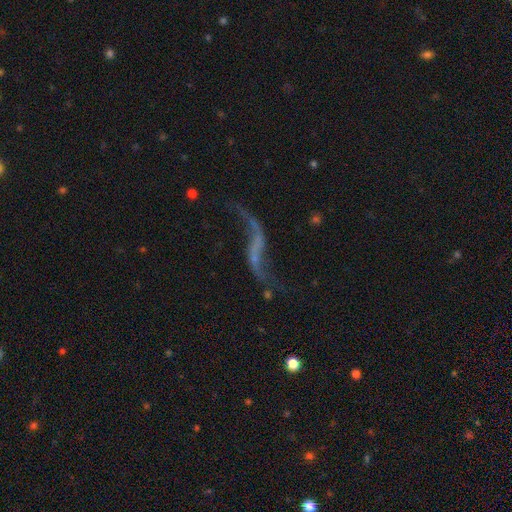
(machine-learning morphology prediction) smooth_or_featured: featured or disk (p=0.83) [alt: star or artifact p=0.09]
disk_edge_on: no (p=0.93) [alt: yes p=0.07]
bar: no (p=0.45) [alt: weak p=0.31]
has_spiral_arms: yes (p=0.90) [alt: no p=0.10]
spiral_winding: loose (p=0.96) [alt: medium p=0.03]
spiral_arm_count: 2 (p=0.92) [alt: 1 p=0.04]
bulge_size: none (p=0.65) [alt: small p=0.28]
merging: none (p=0.60) [alt: major disturbance p=0.18]